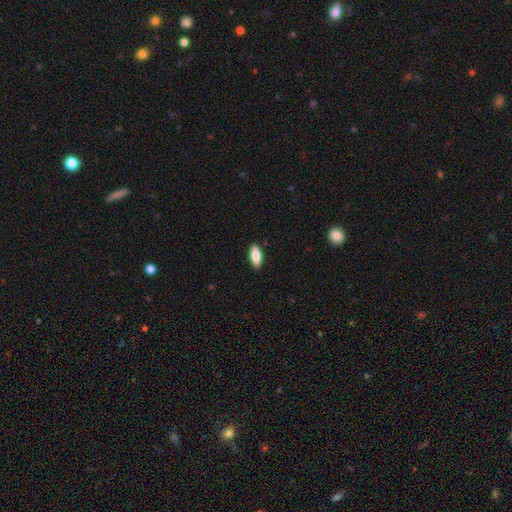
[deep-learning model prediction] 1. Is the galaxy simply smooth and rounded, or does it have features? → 81% smooth, 13% featured or disk, 6% star or artifact.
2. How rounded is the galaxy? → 78% in between, 20% cigar-shaped, 2% round.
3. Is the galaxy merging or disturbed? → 89% none, 9% minor disturbance, 2% major disturbance, 1% merger.